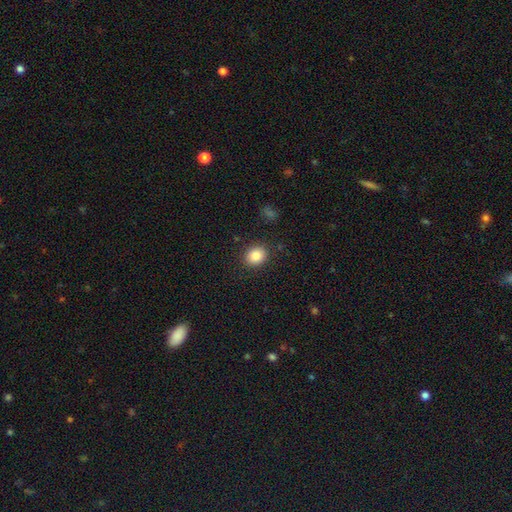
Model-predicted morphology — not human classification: The model was most divided on "how rounded": round: 66%, in between: 33%, cigar-shaped: 1%. More confident: merging — none (88%); smooth or featured — smooth (84%).